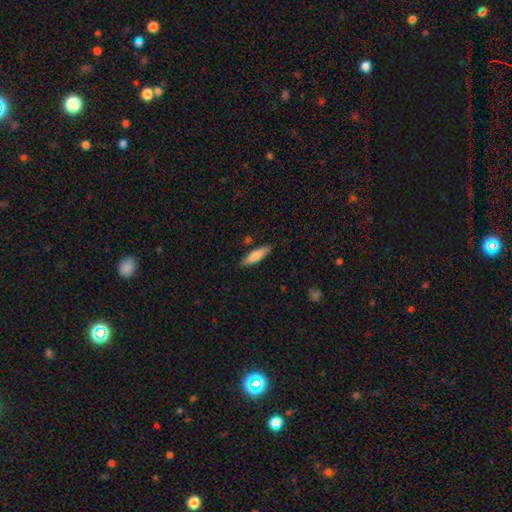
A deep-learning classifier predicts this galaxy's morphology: smooth_or_featured: smooth (p=0.76) [alt: featured or disk p=0.18]
how_rounded: cigar-shaped (p=0.73) [alt: in between p=0.25]
merging: none (p=0.84) [alt: minor disturbance p=0.11]